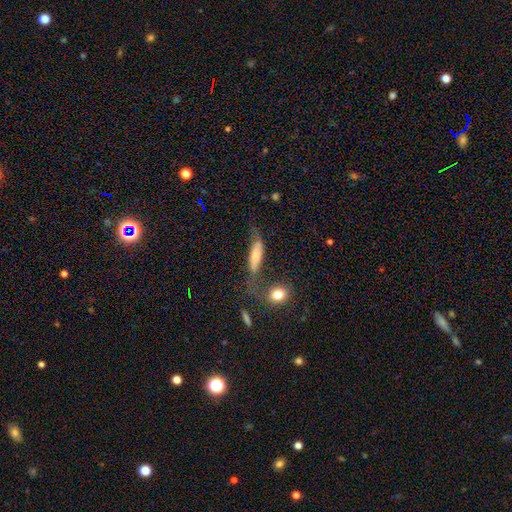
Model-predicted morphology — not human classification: Overall: smooth (63%; featured or disk 28%). How rounded: cigar-shaped (58%; in between 38%). Merging: none (43%; minor disturbance 25%).